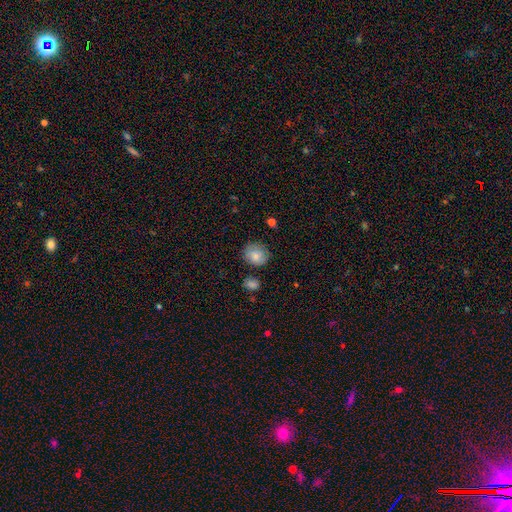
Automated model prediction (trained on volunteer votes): Q: Smooth or featured?
A: smooth (83%); runner-up: featured or disk (9%)
Q: How rounded?
A: round (72%); runner-up: in between (27%)
Q: Merging?
A: none (77%); runner-up: minor disturbance (16%)